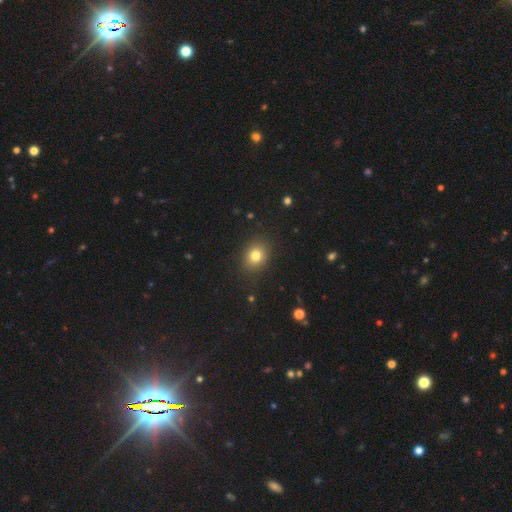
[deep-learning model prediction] A smooth galaxy with no disk features (79%) that is round (54%).

Vote fractions:
- Smooth or featured? smooth: 79% / star or artifact: 13% / featured or disk: 8%
- How rounded? round: 54% / in between: 45% / cigar-shaped: 1%
- Merging? none: 87% / minor disturbance: 9% / major disturbance: 3% / merger: 1%